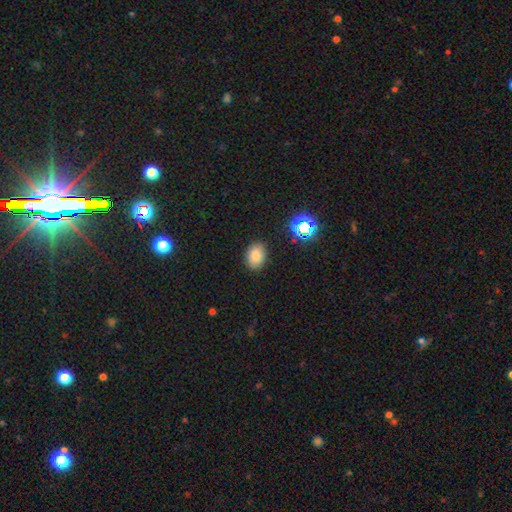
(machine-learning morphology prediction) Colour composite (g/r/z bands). It shows a smooth galaxy with no disk features (82%) that is in between round and cigar-shaped (74%). Merging: none (87%).